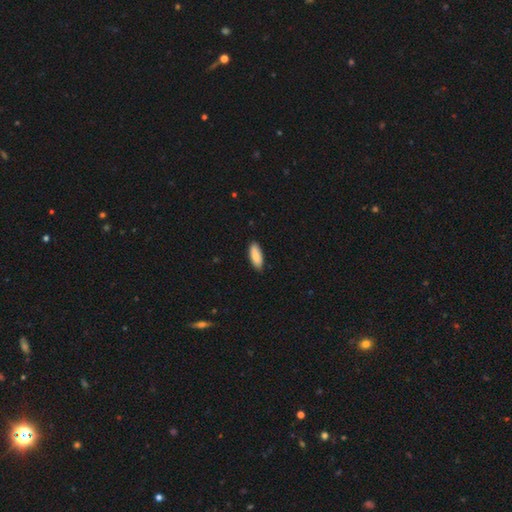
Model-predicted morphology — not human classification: This appears to be a smooth galaxy with no disk features (88%) that is in between round and cigar-shaped (75%). Merging: none (86%).